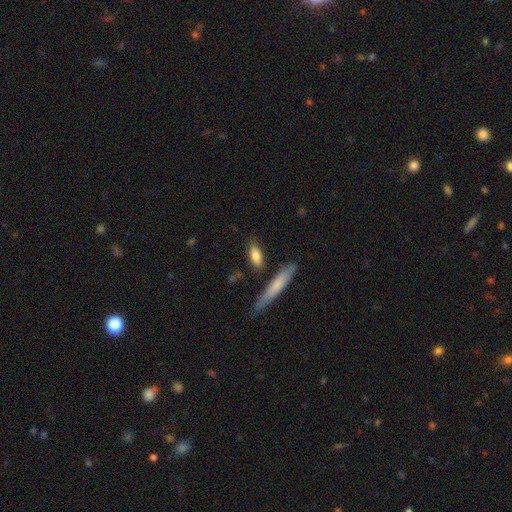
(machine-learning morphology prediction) A smooth galaxy with no disk features (78%) that is in between round and cigar-shaped (64%).

Vote fractions:
- Smooth or featured? smooth: 78% / featured or disk: 16% / star or artifact: 6%
- How rounded? in between: 64% / cigar-shaped: 33% / round: 3%
- Merging? none: 77% / minor disturbance: 14% / merger: 6% / major disturbance: 4%